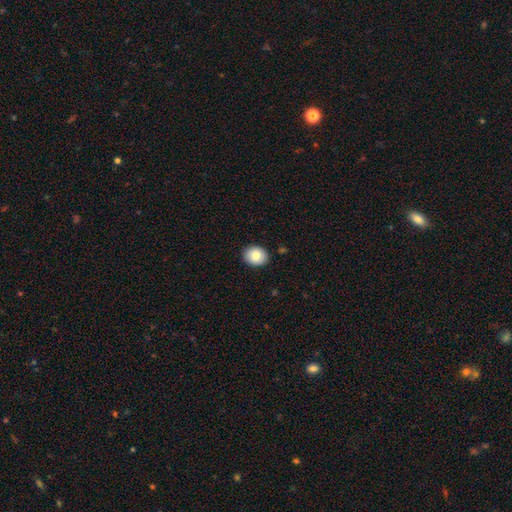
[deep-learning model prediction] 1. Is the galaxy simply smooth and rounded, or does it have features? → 81% smooth, 11% featured or disk, 8% star or artifact.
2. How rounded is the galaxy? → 51% in between, 48% round, 1% cigar-shaped.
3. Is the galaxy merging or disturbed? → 90% none, 7% minor disturbance, 2% major disturbance, 1% merger.